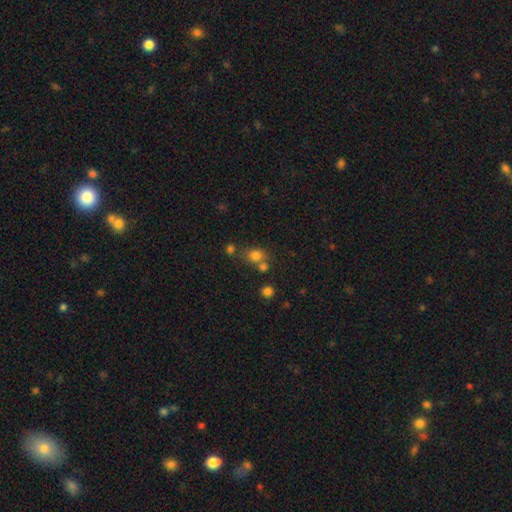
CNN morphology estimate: Smooth or featured: smooth — 76% (star or artifact — 16%)
How rounded: round — 60% (in between — 39%)
Merging: none — 54% (merger — 29%)